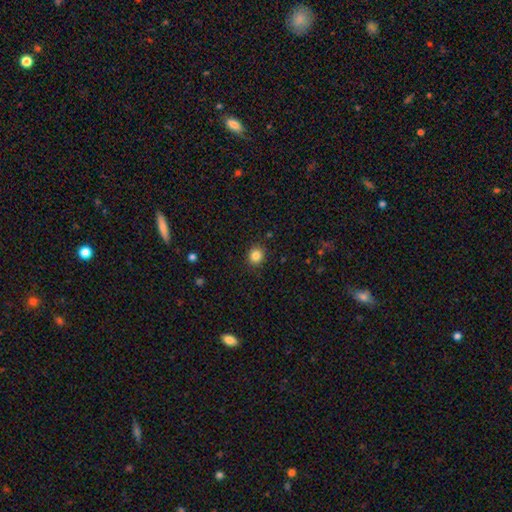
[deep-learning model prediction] A smooth galaxy with no disk features (84%) that is round (79%).

Vote fractions:
- Smooth or featured? smooth: 84% / star or artifact: 11% / featured or disk: 5%
- How rounded? round: 79% / in between: 20% / cigar-shaped: 1%
- Merging? none: 89% / minor disturbance: 7% / major disturbance: 2% / merger: 1%